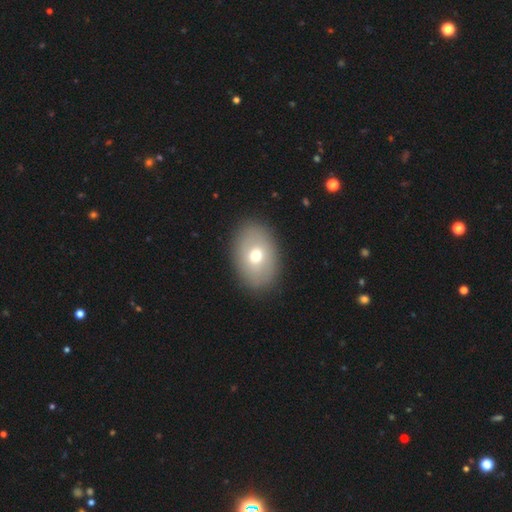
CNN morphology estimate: Smooth or featured?
  - smooth: 67% *
  - featured or disk: 24%
  - star or artifact: 9%
How rounded?
  - in between: 81% *
  - round: 18%
  - cigar-shaped: 1%
Merging?
  - none: 88% *
  - minor disturbance: 8%
  - major disturbance: 3%
  - merger: 1%